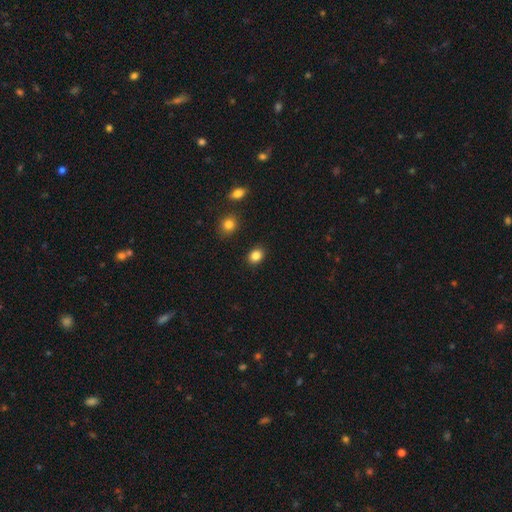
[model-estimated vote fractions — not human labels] A smooth galaxy with no disk features (85%) that is in between round and cigar-shaped (55%). Merging: none (89%).